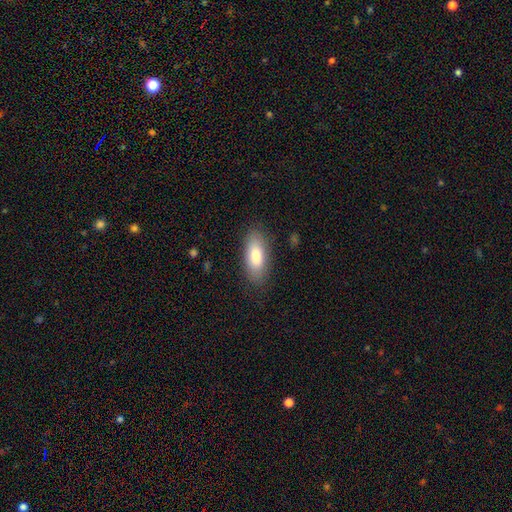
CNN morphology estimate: A smooth galaxy with no disk features (80%) that is in between round and cigar-shaped (79%).

Vote fractions:
- Smooth or featured? smooth: 80% / featured or disk: 14% / star or artifact: 7%
- How rounded? in between: 79% / cigar-shaped: 18% / round: 3%
- Merging? none: 85% / minor disturbance: 11% / major disturbance: 3% / merger: 1%